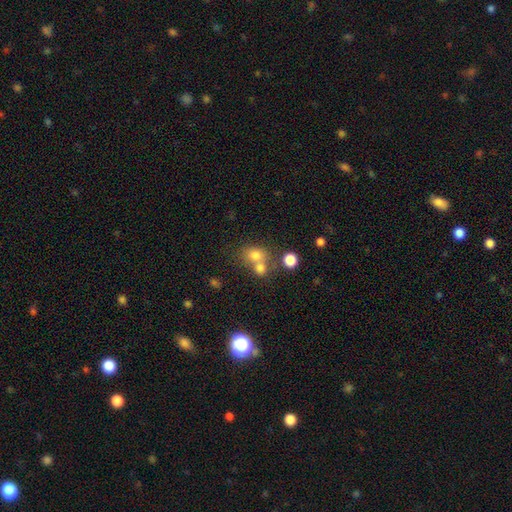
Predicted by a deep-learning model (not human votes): Smooth or featured? Predicted: smooth (p=0.74). How rounded? Predicted: round (p=0.61). Merging? Predicted: merger (p=0.47).